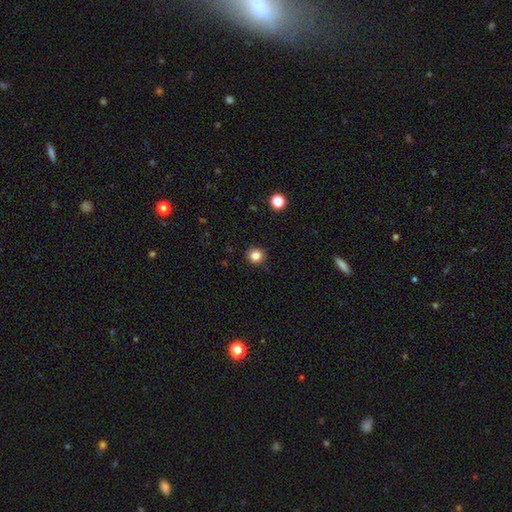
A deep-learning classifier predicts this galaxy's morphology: A smooth galaxy with no disk features (83%) that is round (90%).

Vote fractions:
- Smooth or featured? smooth: 83% / star or artifact: 12% / featured or disk: 5%
- How rounded? round: 90% / in between: 9% / cigar-shaped: 1%
- Merging? none: 88% / minor disturbance: 9% / major disturbance: 2% / merger: 1%